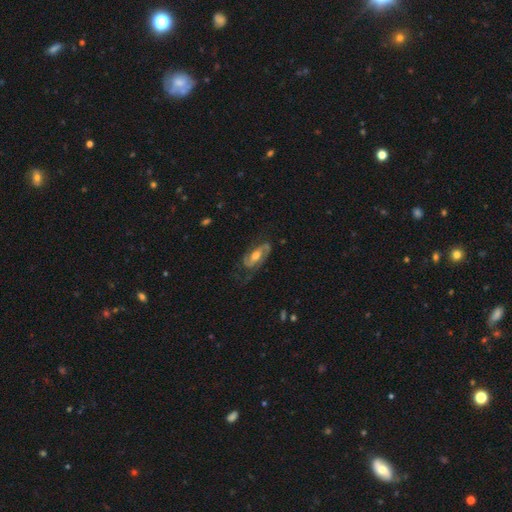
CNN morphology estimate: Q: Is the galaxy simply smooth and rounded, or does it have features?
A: featured or disk — 79%.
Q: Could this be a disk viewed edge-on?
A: no — 92%.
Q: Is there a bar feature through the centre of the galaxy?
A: no — 41%.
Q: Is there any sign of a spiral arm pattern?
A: yes — 92%.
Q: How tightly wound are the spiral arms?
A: medium — 46%.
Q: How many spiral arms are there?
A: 2 — 85%.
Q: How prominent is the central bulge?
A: moderate — 70%.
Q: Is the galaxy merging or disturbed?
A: none — 64%.